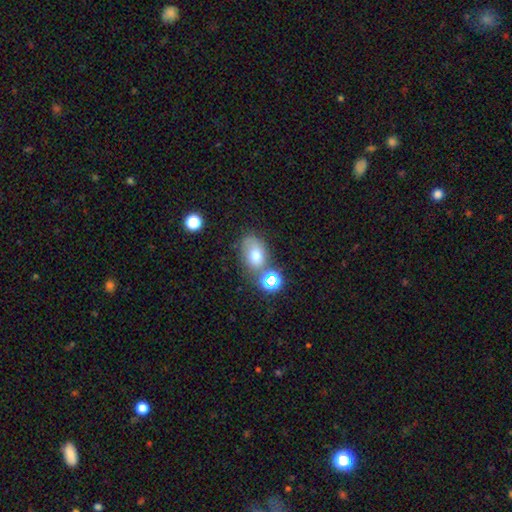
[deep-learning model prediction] Morphology: type=smooth (67%); roundness=in between (75%); merging=none (52%).